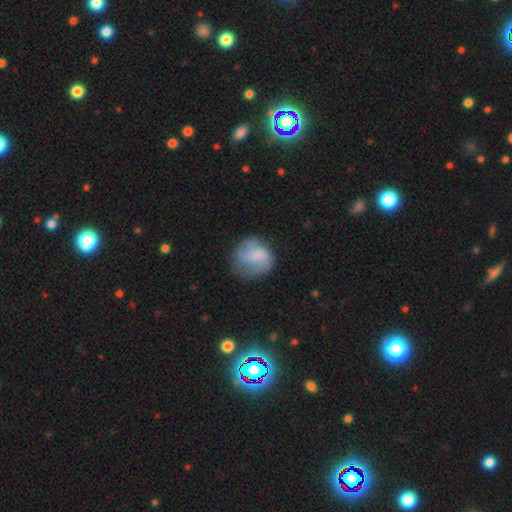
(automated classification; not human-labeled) smooth-or-featured: smooth: 54% | featured or disk: 38% | star or artifact: 8%
  how-rounded: round: 74% | in between: 25% | cigar-shaped: 1%
  merging: none: 54% | minor disturbance: 26% | major disturbance: 18% | merger: 2%